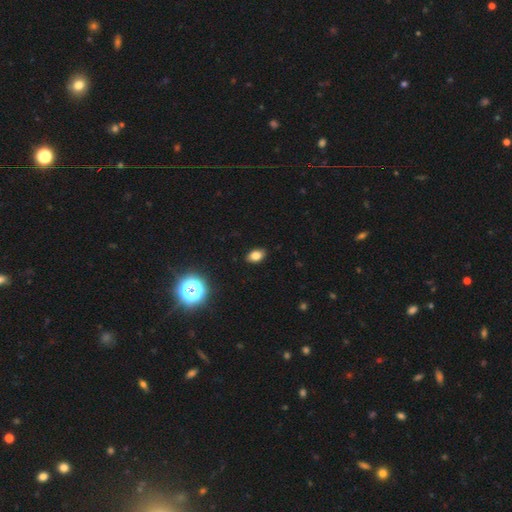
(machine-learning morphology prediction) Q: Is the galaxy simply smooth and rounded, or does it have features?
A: smooth — 80%.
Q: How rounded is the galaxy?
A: in between — 84%.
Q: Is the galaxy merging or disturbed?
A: none — 88%.